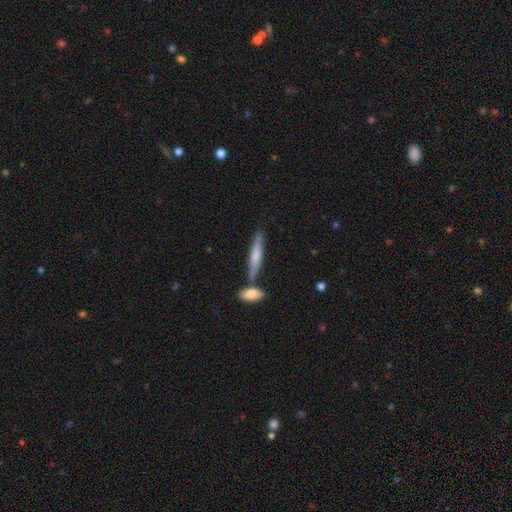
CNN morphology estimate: smooth 61%, featured or disk 34%, star or artifact 6%. Down the decision tree: how rounded — cigar-shaped (88%); merging — none (72%).